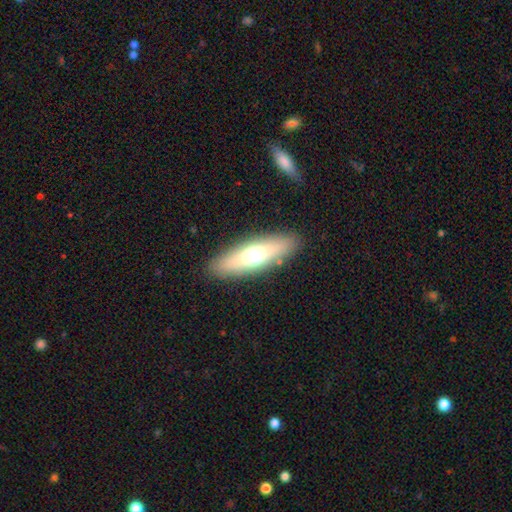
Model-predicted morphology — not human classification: Overall: smooth (57%; featured or disk 36%). How rounded: cigar-shaped (56%; in between 41%). Merging: none (88%).